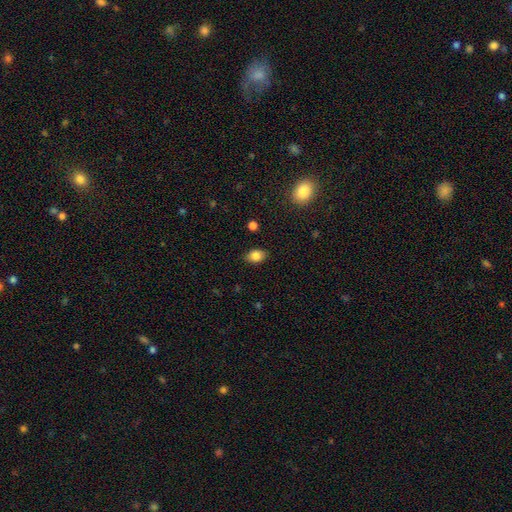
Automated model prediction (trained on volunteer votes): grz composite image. It shows a smooth galaxy with no disk features (84%) that is in between round and cigar-shaped (80%). Merging: none (85%).